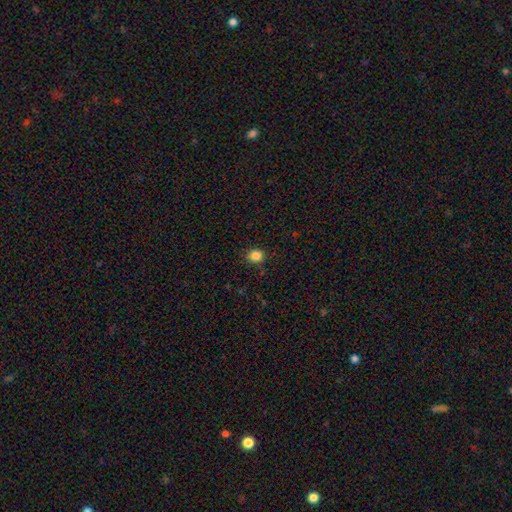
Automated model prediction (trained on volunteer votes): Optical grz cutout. It shows a smooth galaxy with no disk features (84%) that is round (67%). Merging: none (85%).